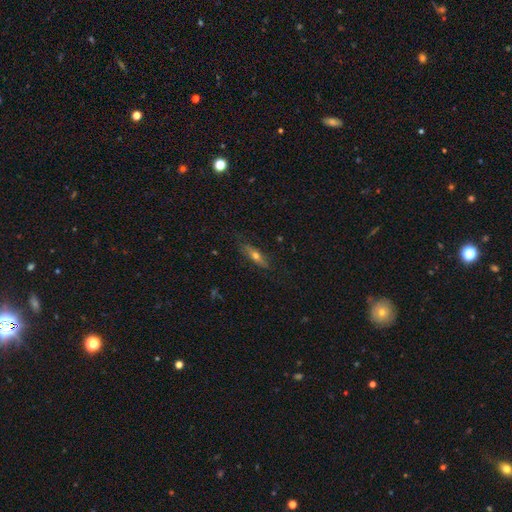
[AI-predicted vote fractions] The model was most divided on "smooth or featured": smooth: 47%, featured or disk: 46%, star or artifact: 7%. More confident: merging — none (77%).